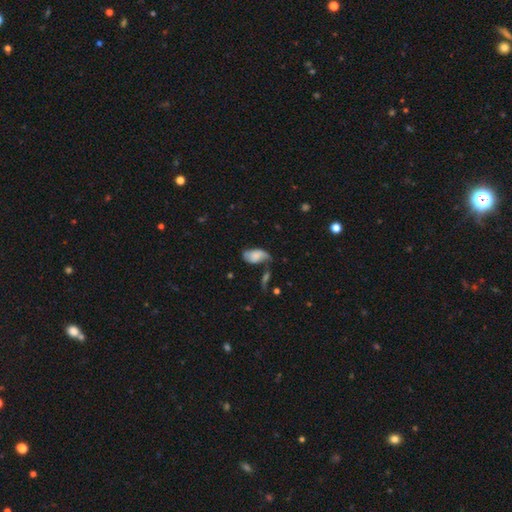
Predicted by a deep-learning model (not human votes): This appears to be a smooth galaxy with no disk features (54%) that is in between round and cigar-shaped (92%). Merging: none (38%).